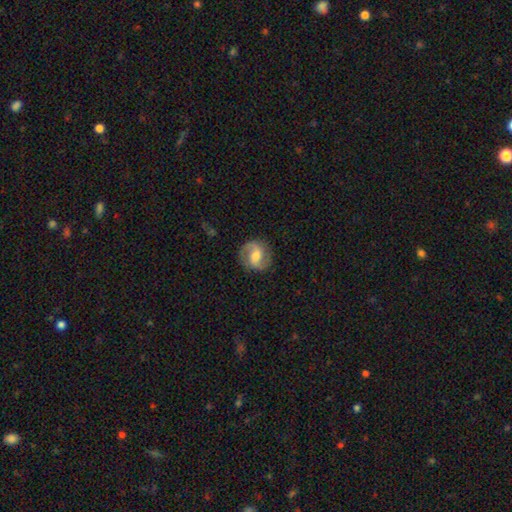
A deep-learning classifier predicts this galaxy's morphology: type=featured or disk (78%); edge-on=no (98%); bar=weak (47%); spiral arms=yes (94%); winding=medium (49%); arm count=2 (91%); bulge=moderate (64%); merging=none (85%).